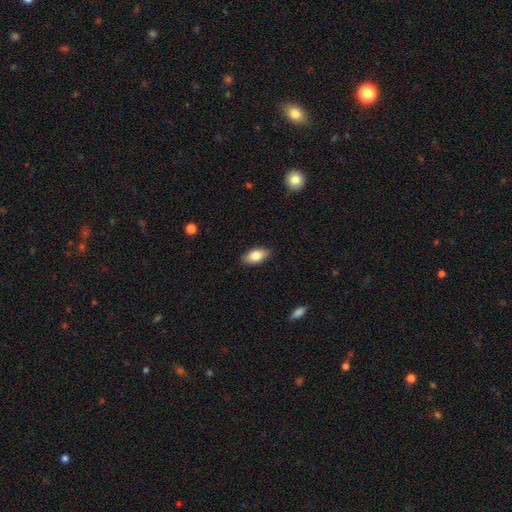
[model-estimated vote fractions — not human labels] This is clearly a smooth galaxy (81%). How rounded: clearly in between (91%). Merging: clearly none (88%).